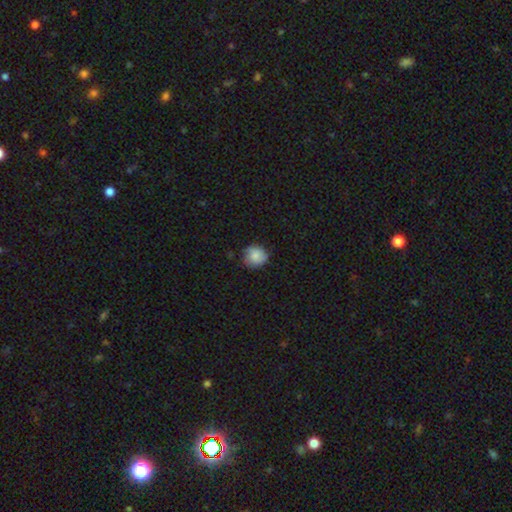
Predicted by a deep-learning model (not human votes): Smooth or featured?
  - smooth: 83% *
  - featured or disk: 9%
  - star or artifact: 7%
How rounded?
  - round: 88% *
  - in between: 11%
  - cigar-shaped: 1%
Merging?
  - none: 77% *
  - minor disturbance: 19%
  - major disturbance: 3%
  - merger: 1%